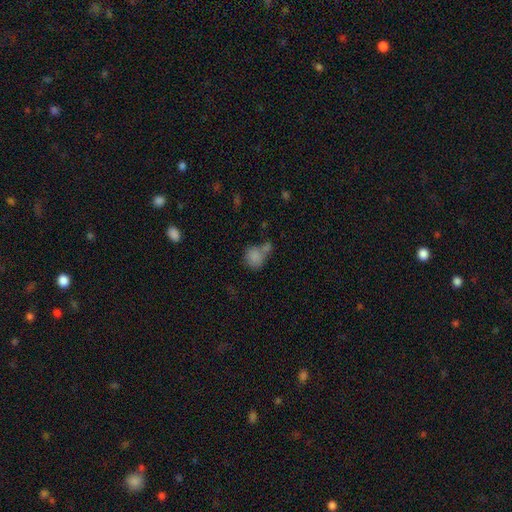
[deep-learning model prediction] Smooth or featured: smooth — 82% (star or artifact — 10%)
How rounded: round — 72% (in between — 26%)
Merging: merger — 41% (none — 37%)